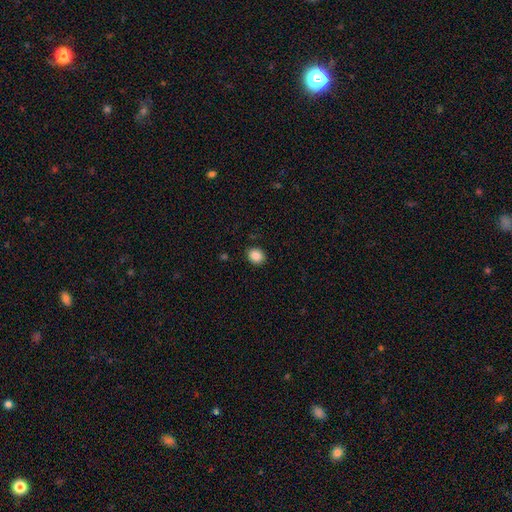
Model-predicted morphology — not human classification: smooth-or-featured: smooth: 87% | star or artifact: 9% | featured or disk: 3%
  how-rounded: round: 62% | in between: 37% | cigar-shaped: 1%
  merging: none: 89% | minor disturbance: 8% | major disturbance: 2% | merger: 1%